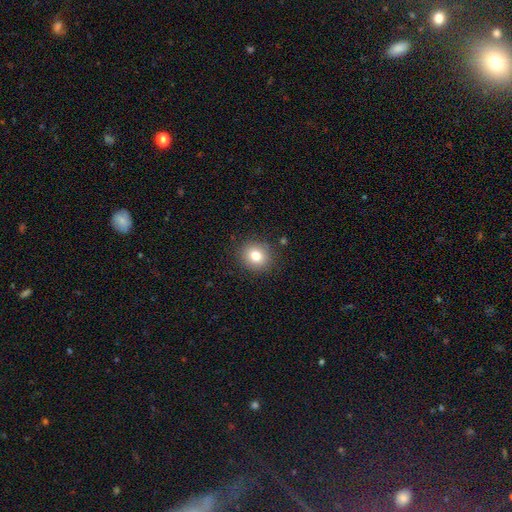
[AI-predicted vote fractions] A smooth galaxy with no disk features (79%) that is round (82%). Merging: none (87%).